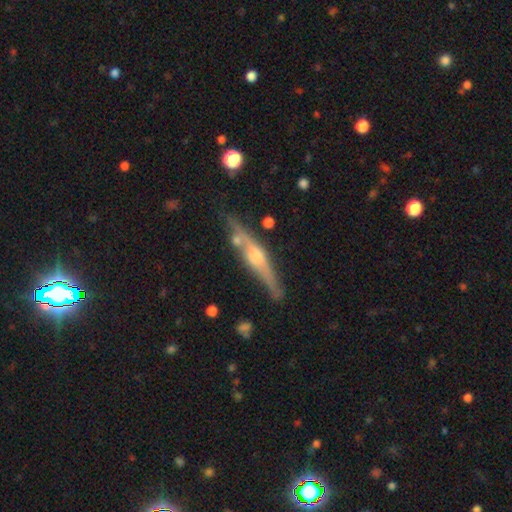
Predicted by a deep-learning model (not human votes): Smooth or featured?
  - featured or disk: 72% *
  - smooth: 22%
  - star or artifact: 6%
Edge-on disk?
  - yes: 95% *
  - no: 5%
Edge-on bulge?
  - rounded: 82% *
  - boxy: 11%
  - none: 7%
Merging?
  - none: 76% *
  - minor disturbance: 15%
  - merger: 6%
  - major disturbance: 3%